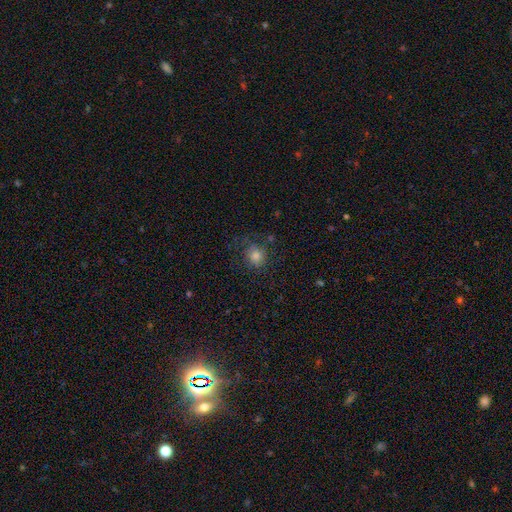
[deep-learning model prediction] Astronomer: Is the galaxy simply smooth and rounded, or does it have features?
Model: smooth — 71%.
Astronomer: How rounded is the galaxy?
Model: round — 84%.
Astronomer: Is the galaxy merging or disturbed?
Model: none — 71%.